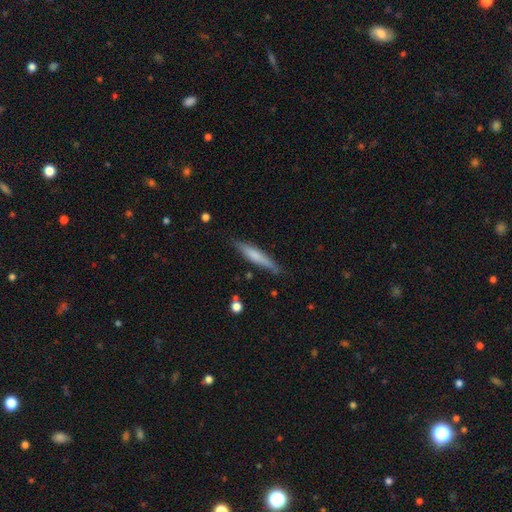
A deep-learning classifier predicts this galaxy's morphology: smooth-or-featured: smooth: 63% | featured or disk: 31% | star or artifact: 6%
  how-rounded: cigar-shaped: 90% | in between: 8% | round: 1%
  merging: none: 83% | minor disturbance: 13% | major disturbance: 2% | merger: 2%